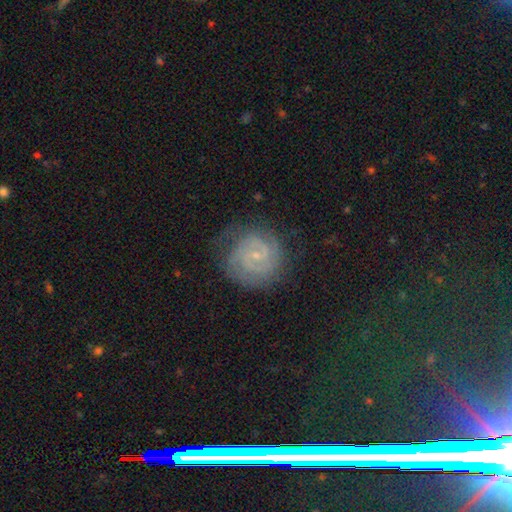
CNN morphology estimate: This appears to be a featured or disk galaxy (81%) with a weak bar (47%), 2 (56%) tight (66%) spiral arms (96%) and a small central bulge (79%). Merging: none (77%).